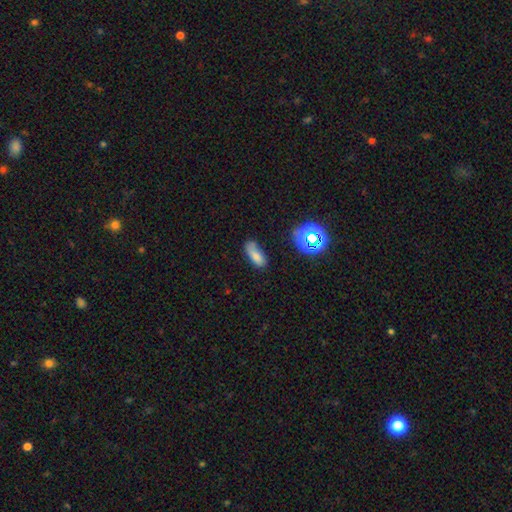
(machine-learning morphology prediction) smooth 74%, star or artifact 14%, featured or disk 11%. Down the decision tree: how rounded — in between (76%); merging — none (54%).